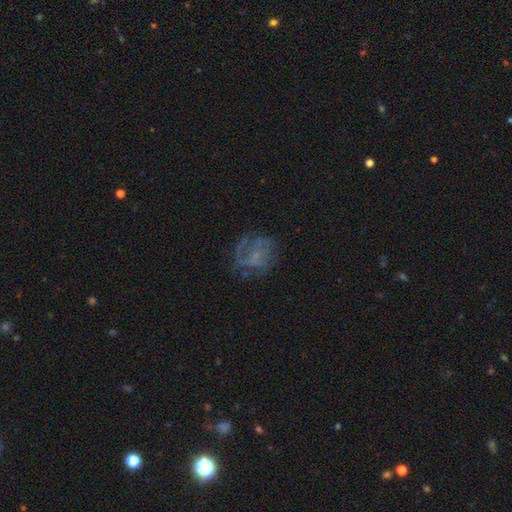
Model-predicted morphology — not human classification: The model was most divided on "bulge size": none: 46%, small: 40%, moderate: 11%, large: 2%, dominant: 1%. More confident: edge-on disk — no (98%); bar — no (67%); spiral arms — yes (64%); smooth or featured — featured or disk (59%); merging — none (55%).